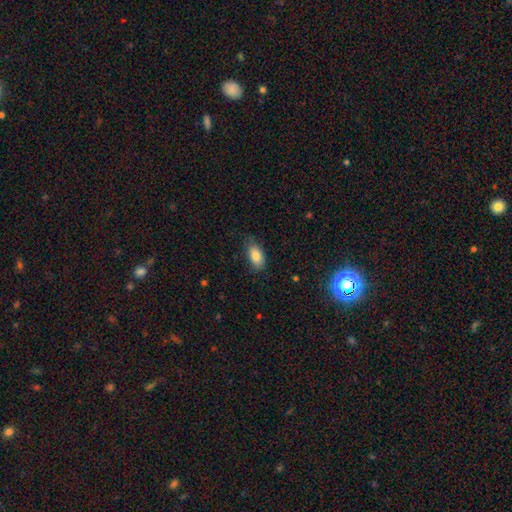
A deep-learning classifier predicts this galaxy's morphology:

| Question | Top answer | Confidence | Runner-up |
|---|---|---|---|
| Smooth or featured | smooth | 84% | featured or disk (8%) |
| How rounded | in between | 91% | cigar-shaped (5%) |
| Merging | none | 72% | minor disturbance (22%) |